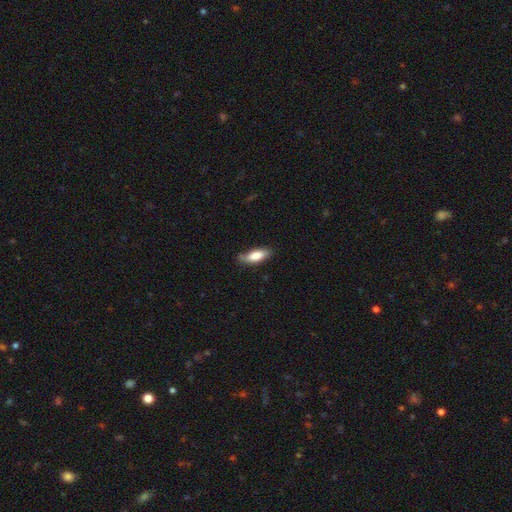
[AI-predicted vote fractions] The model was most divided on "how rounded": in between: 69%, cigar-shaped: 29%, round: 2%. More confident: smooth or featured — smooth (79%); merging — none (72%).